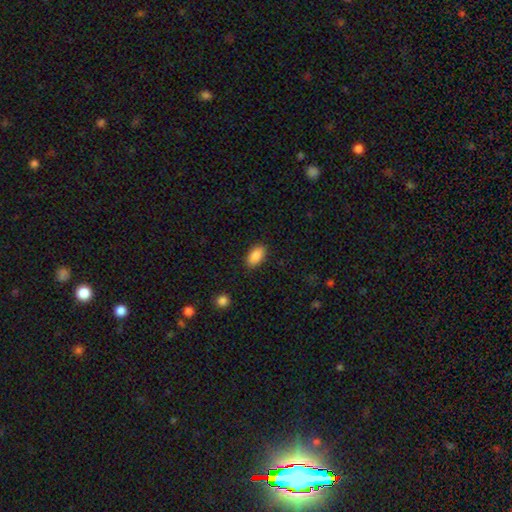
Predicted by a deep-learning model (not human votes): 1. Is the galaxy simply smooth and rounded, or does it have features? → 89% smooth, 7% star or artifact, 4% featured or disk.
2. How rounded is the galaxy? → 93% in between, 4% round, 3% cigar-shaped.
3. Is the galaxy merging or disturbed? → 87% none, 9% minor disturbance, 2% major disturbance, 1% merger.